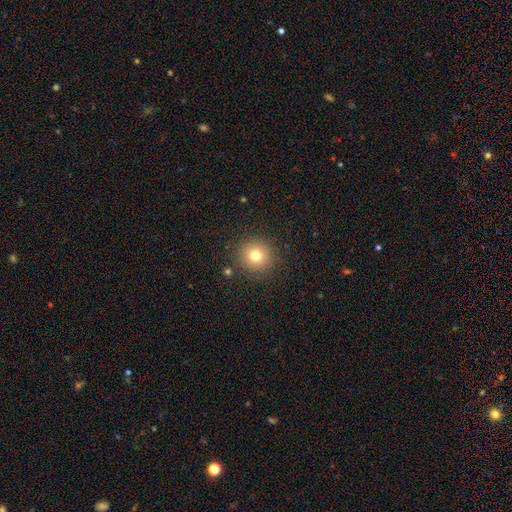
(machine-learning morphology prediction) Smooth or featured? Predicted: smooth (p=0.76). How rounded? Predicted: round (p=0.93). Merging? Predicted: none (p=0.89).